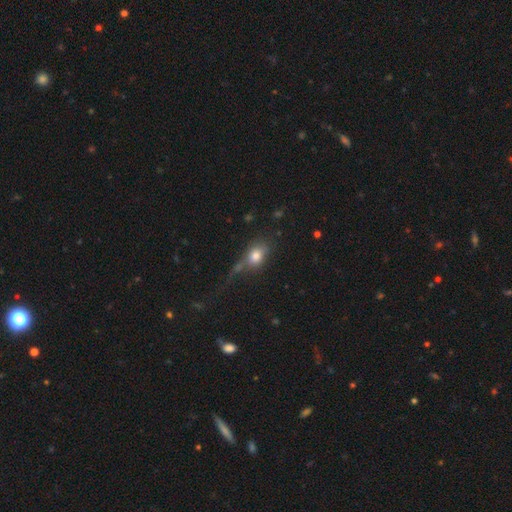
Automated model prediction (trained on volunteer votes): A smooth galaxy with no disk features (76%) that is in between round and cigar-shaped (65%).

Vote fractions:
- Smooth or featured? smooth: 76% / featured or disk: 14% / star or artifact: 10%
- How rounded? in between: 65% / round: 32% / cigar-shaped: 3%
- Merging? none: 38% / major disturbance: 26% / minor disturbance: 20% / merger: 15%